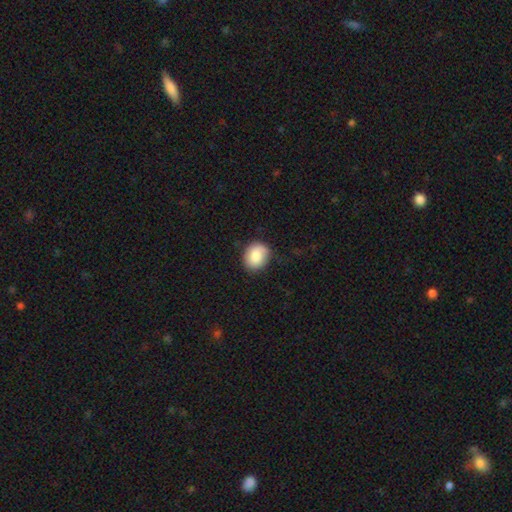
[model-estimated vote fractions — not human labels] Morphology: type=smooth (84%); roundness=round (63%); merging=none (78%).